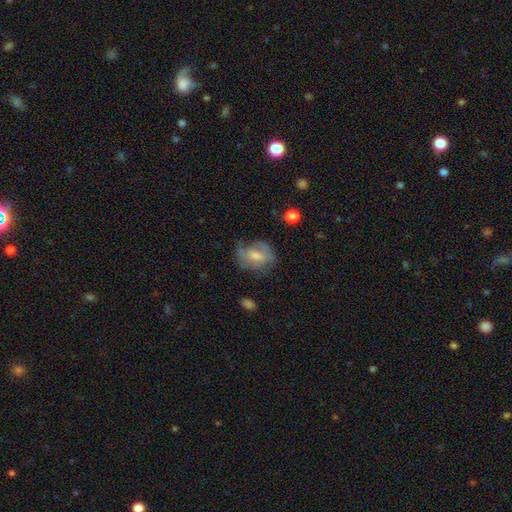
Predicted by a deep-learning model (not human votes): smooth_or_featured: featured or disk (p=0.49) [alt: smooth p=0.41]
merging: none (p=0.58) [alt: minor disturbance p=0.26]